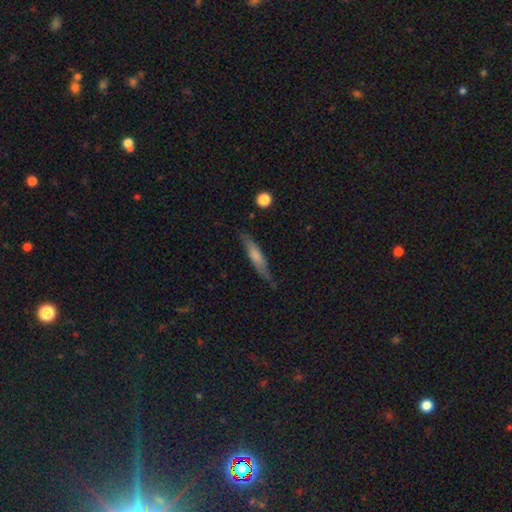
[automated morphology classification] smooth_or_featured: smooth (p=0.61) [alt: featured or disk p=0.33]
how_rounded: cigar-shaped (p=0.83) [alt: in between p=0.15]
merging: none (p=0.74) [alt: minor disturbance p=0.20]